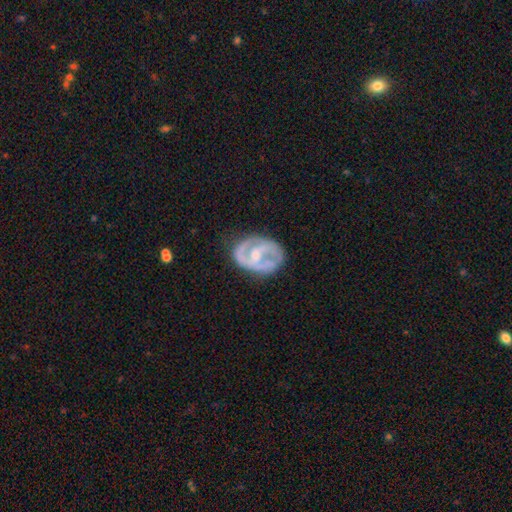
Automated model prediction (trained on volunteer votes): smooth-or-featured: featured or disk: 80% | smooth: 15% | star or artifact: 5%
  disk-edge-on: no: 97% | yes: 3%
    bar: weak: 42% | no: 36% | strong: 22%
    has-spiral-arms: yes: 83% | no: 17%
      spiral-winding: medium: 45% | tight: 36% | loose: 18%
      spiral-arm-count: 2: 67% | can't tell: 15% | 3: 9% | 1: 6% | 4: 2% | more than 4: 2%
    bulge-size: small: 49% | moderate: 44% | none: 4% | large: 2% | dominant: 1%
  merging: none: 63% | minor disturbance: 23% | major disturbance: 12% | merger: 2%